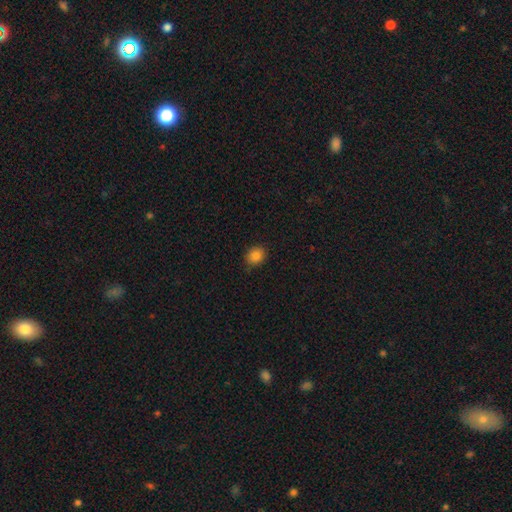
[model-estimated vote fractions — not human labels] The model was most divided on "how rounded": round: 66%, in between: 33%, cigar-shaped: 1%. More confident: merging — none (86%); smooth or featured — smooth (84%).